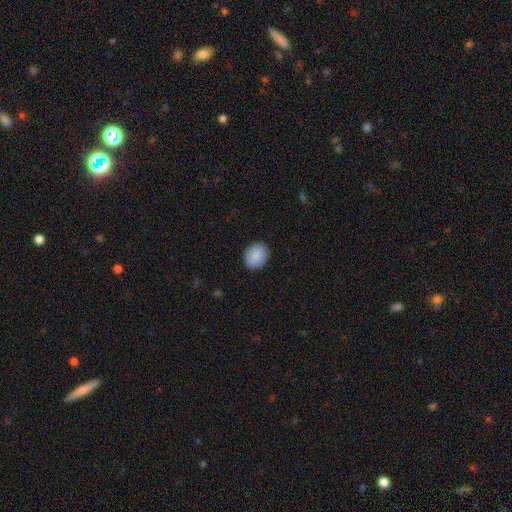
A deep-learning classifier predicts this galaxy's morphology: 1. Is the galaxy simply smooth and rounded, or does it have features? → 88% smooth, 7% star or artifact, 5% featured or disk.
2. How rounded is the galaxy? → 54% round, 45% in between, 1% cigar-shaped.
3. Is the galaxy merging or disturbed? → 89% none, 8% minor disturbance, 2% major disturbance, 1% merger.